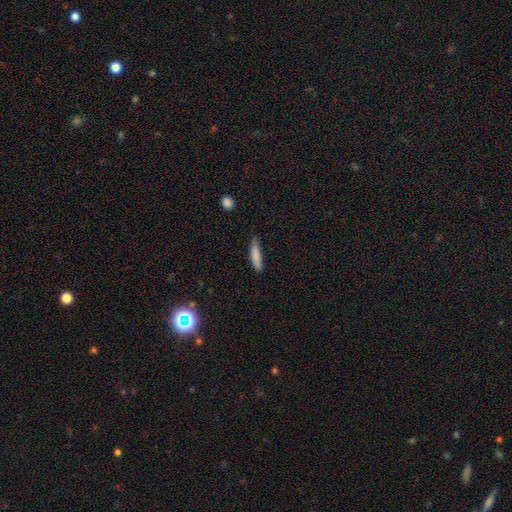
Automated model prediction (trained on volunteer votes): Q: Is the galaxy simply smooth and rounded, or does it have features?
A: smooth — 81%.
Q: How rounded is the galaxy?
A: cigar-shaped — 83%.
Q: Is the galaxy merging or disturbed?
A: none — 67%.